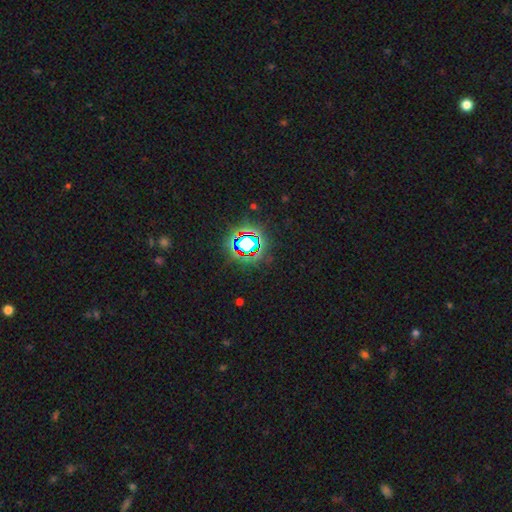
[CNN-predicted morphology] star or artifact 78%, smooth 14%, featured or disk 8%.